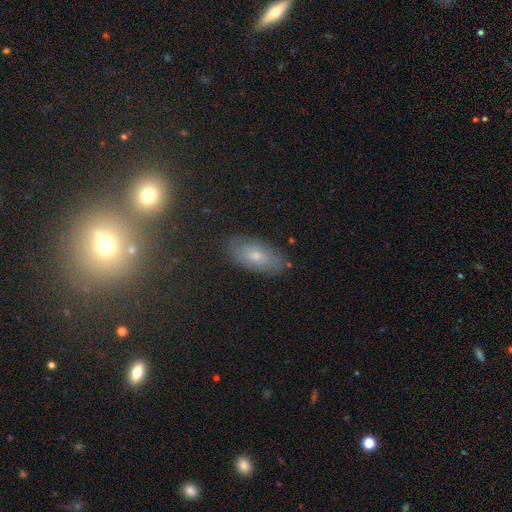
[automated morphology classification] A smooth galaxy with no disk features (55%) that is in between round and cigar-shaped (90%).

Vote fractions:
- Smooth or featured? smooth: 55% / featured or disk: 31% / star or artifact: 14%
- How rounded? in between: 90% / cigar-shaped: 6% / round: 4%
- Merging? none: 83% / minor disturbance: 13% / major disturbance: 3% / merger: 1%